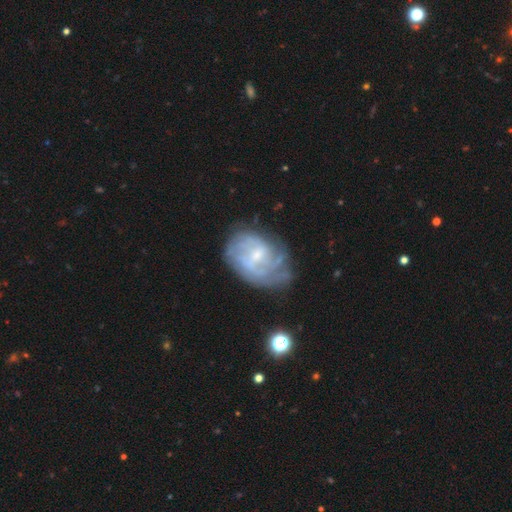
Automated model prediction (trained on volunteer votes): featured or disk 77%, smooth 15%, star or artifact 7%. Down the decision tree: edge-on disk — no (97%); bar — weak (53%); spiral arms — yes (87%); spiral arm count — can't tell (49%); spiral winding — tight (51%); bulge size — small (60%); merging — none (58%).